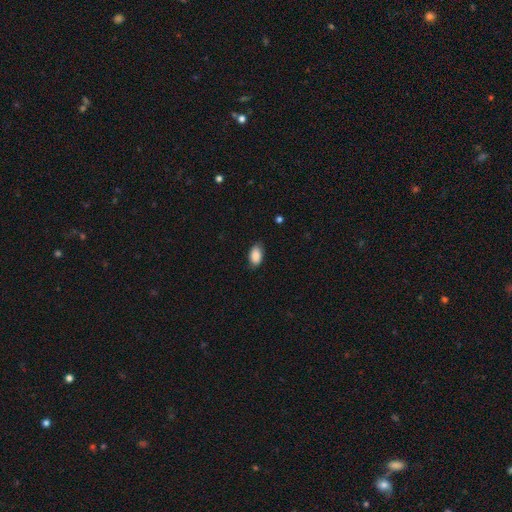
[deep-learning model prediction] Q: Smooth or featured?
A: smooth (89%); runner-up: star or artifact (7%)
Q: How rounded?
A: in between (93%); runner-up: round (5%)
Q: Merging?
A: none (81%); runner-up: minor disturbance (15%)